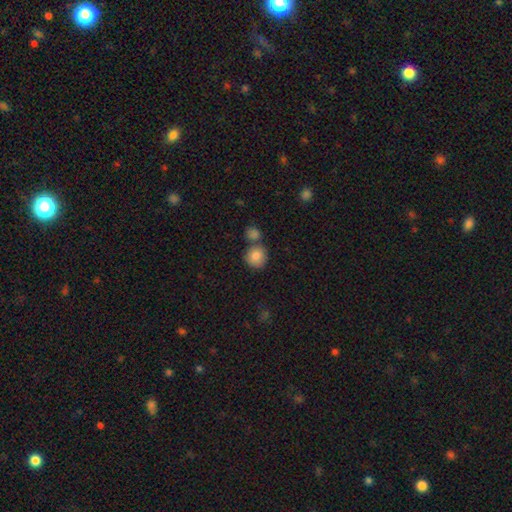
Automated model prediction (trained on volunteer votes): Overall: smooth (84%). How rounded: round (87%). Merging: none (60%; merger 26%).